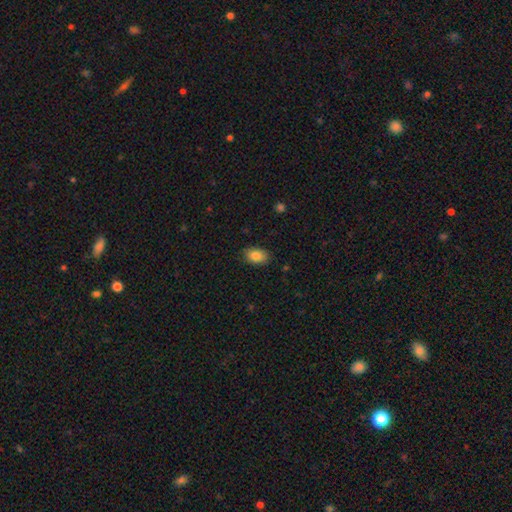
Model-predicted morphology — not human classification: A smooth galaxy with no disk features (85%) that is in between round and cigar-shaped (87%).

Vote fractions:
- Smooth or featured? smooth: 85% / star or artifact: 8% / featured or disk: 7%
- How rounded? in between: 87% / round: 12% / cigar-shaped: 1%
- Merging? none: 85% / minor disturbance: 12% / major disturbance: 2% / merger: 1%